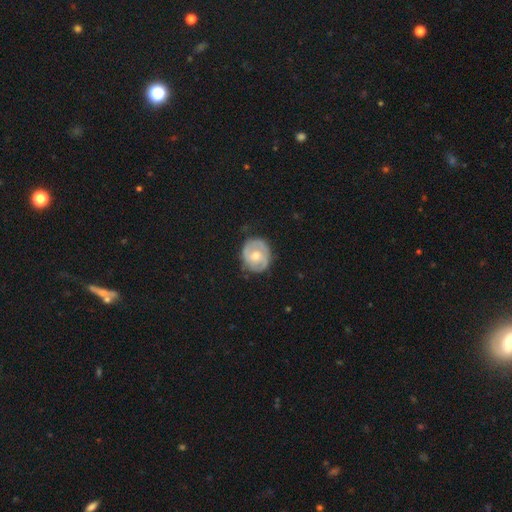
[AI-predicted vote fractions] Morphology: type=featured or disk (62%); edge-on=no (97%); bar=no (58%); spiral arms=yes (75%); bulge=moderate (69%); merging=none (74%).